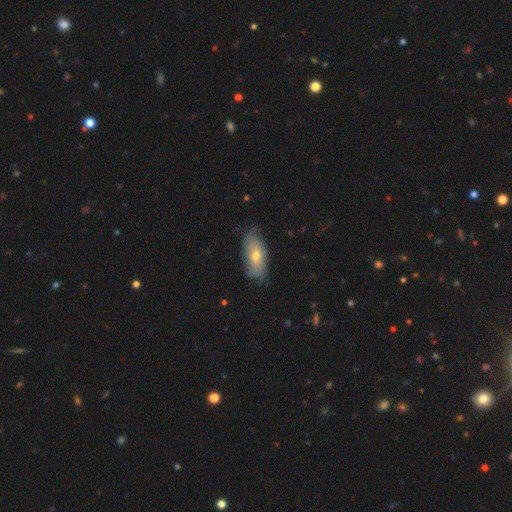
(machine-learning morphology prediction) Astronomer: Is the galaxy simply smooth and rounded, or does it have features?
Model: smooth — 57% (runner-up: featured or disk, 35%).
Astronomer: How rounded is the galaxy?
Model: in between — 82%.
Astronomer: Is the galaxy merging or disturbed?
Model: none — 72%.